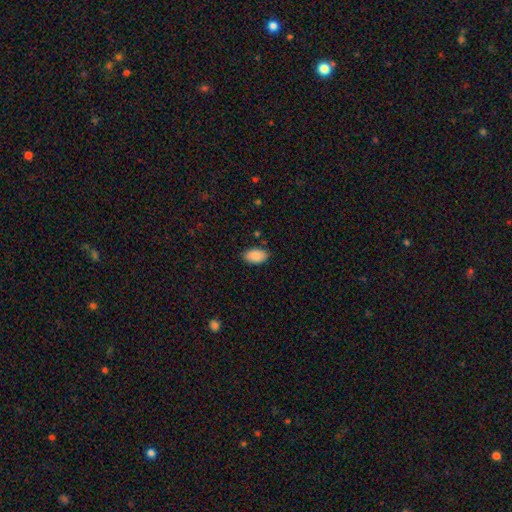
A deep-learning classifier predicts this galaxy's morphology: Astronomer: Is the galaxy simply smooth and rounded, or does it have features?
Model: smooth — 89%.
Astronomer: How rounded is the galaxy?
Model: in between — 94%.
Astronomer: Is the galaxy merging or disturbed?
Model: none — 85%.